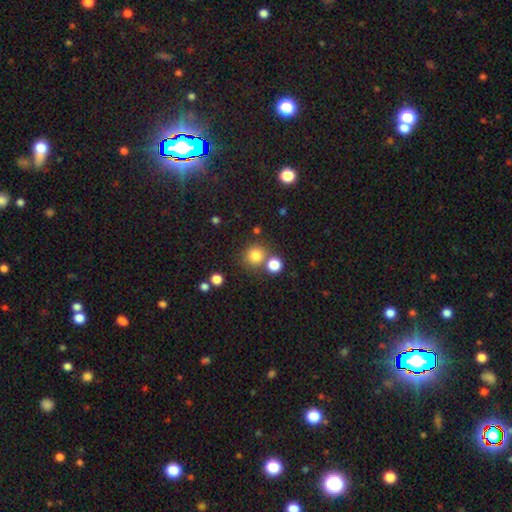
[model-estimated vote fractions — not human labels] smooth-or-featured: smooth: 79% | star or artifact: 14% | featured or disk: 6%
  how-rounded: round: 91% | in between: 8% | cigar-shaped: 1%
  merging: none: 71% | merger: 16% | minor disturbance: 9% | major disturbance: 3%